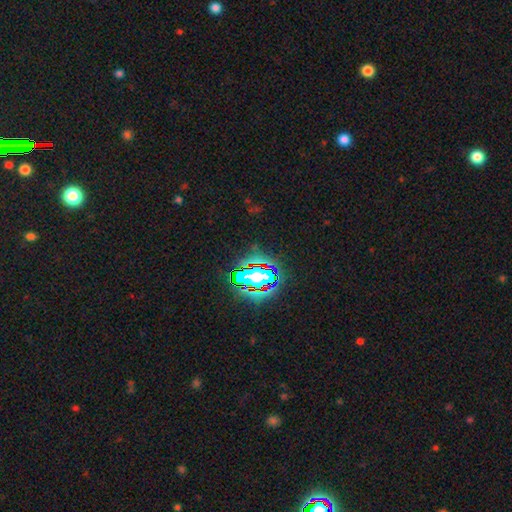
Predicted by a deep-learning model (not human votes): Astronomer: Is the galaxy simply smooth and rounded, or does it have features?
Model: star or artifact — 78%.